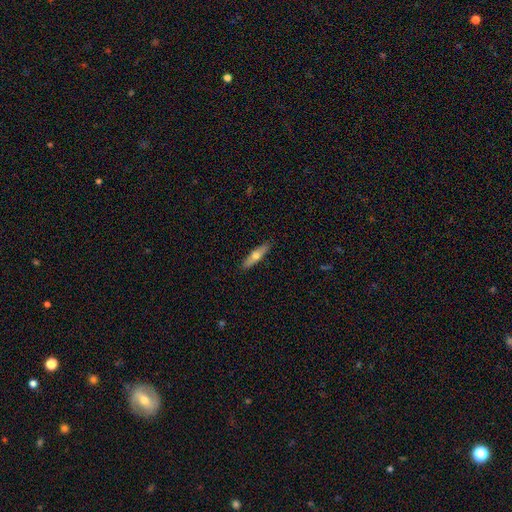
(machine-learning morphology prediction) The model was most divided on "smooth or featured": smooth: 54%, featured or disk: 40%, star or artifact: 6%. More confident: merging — none (89%); how rounded — cigar-shaped (73%).